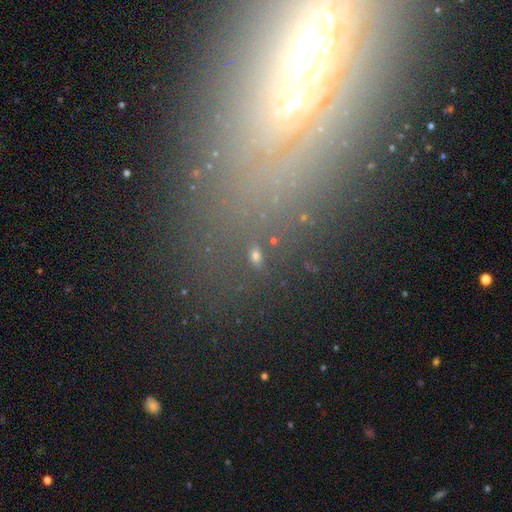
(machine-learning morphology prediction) Overall: star or artifact (50%; smooth 25%).